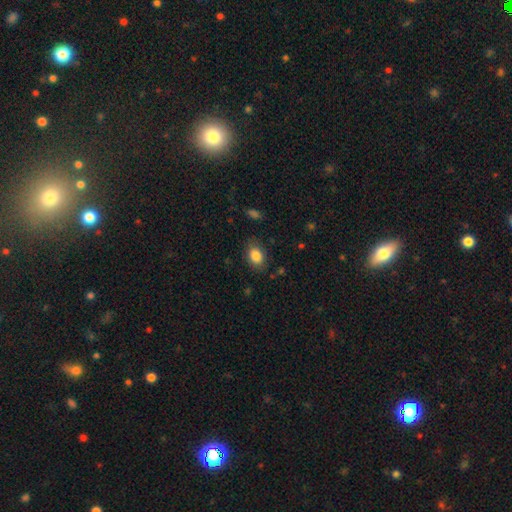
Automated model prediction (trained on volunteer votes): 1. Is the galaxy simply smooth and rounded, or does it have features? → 85% smooth, 8% star or artifact, 6% featured or disk.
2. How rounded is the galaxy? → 74% in between, 25% round, 1% cigar-shaped.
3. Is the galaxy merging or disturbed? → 81% none, 14% minor disturbance, 4% major disturbance, 1% merger.